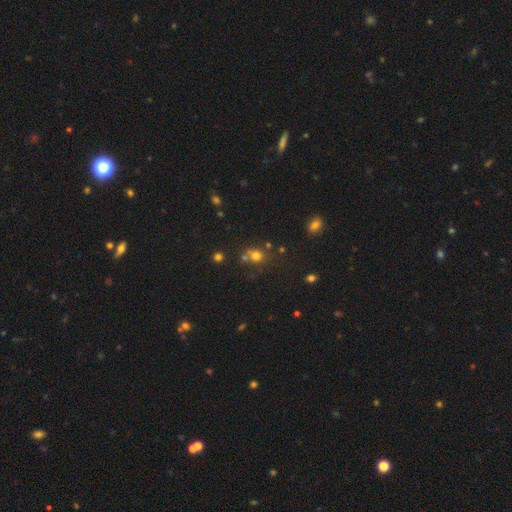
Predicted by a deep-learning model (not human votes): The model was most divided on "merging": none: 56%, merger: 28%, minor disturbance: 11%, major disturbance: 5%. More confident: how rounded — round (79%); smooth or featured — smooth (69%).